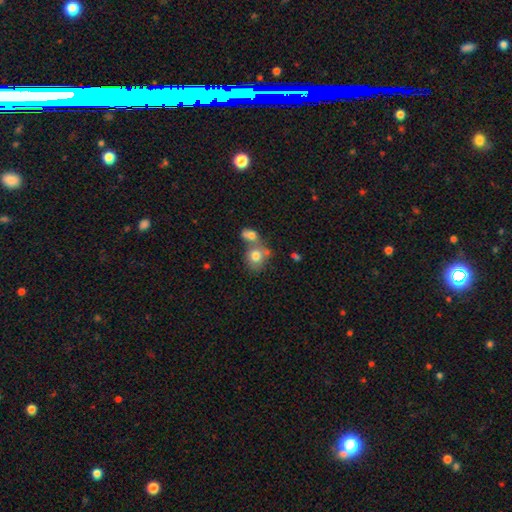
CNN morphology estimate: This is likely a smooth galaxy (75%). How rounded: likely round (71%). Merging: possibly merger (53%).